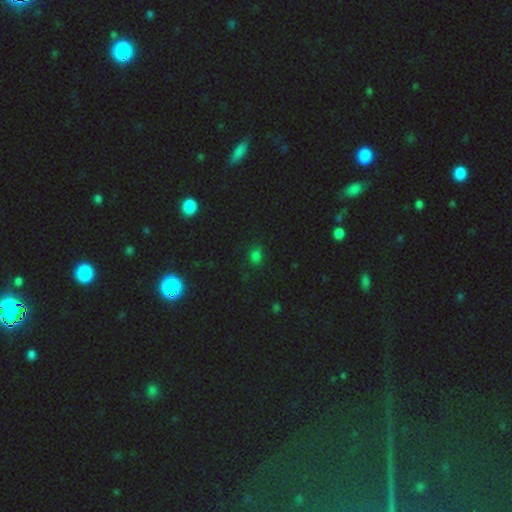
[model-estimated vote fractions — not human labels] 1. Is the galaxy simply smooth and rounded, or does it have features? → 68% smooth, 27% star or artifact, 5% featured or disk.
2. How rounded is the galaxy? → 51% in between, 47% round, 2% cigar-shaped.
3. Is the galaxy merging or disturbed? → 80% none, 14% minor disturbance, 4% major disturbance, 2% merger.